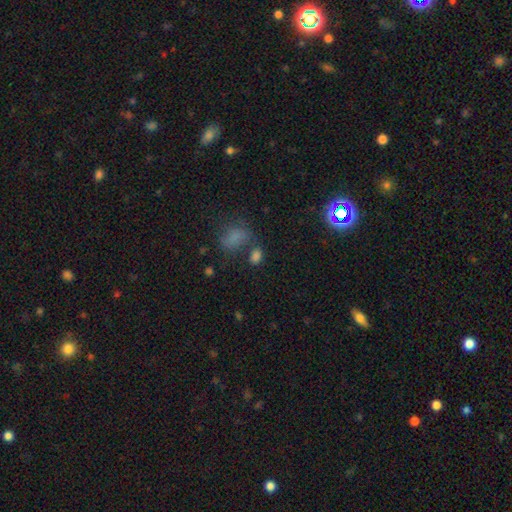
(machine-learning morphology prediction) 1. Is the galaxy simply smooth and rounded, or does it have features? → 76% smooth, 18% star or artifact, 7% featured or disk.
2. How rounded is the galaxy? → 76% in between, 22% round, 2% cigar-shaped.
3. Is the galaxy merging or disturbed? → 57% none, 20% merger, 15% minor disturbance, 8% major disturbance.